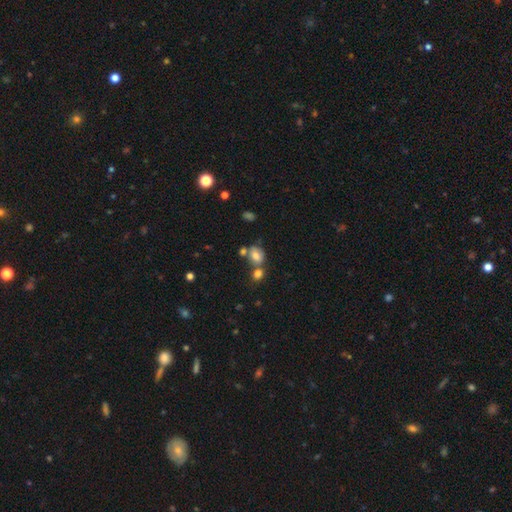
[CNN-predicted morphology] smooth-or-featured: smooth: 71% | featured or disk: 17% | star or artifact: 12%
  how-rounded: in between: 63% | round: 36% | cigar-shaped: 1%
  merging: none: 44% | merger: 33% | minor disturbance: 16% | major disturbance: 7%